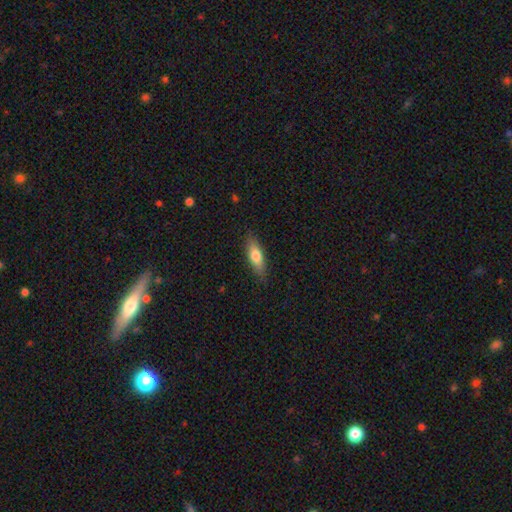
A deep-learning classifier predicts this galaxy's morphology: Smooth or featured? smooth (71%)
How rounded? in between (52%)
Merging? none (85%)